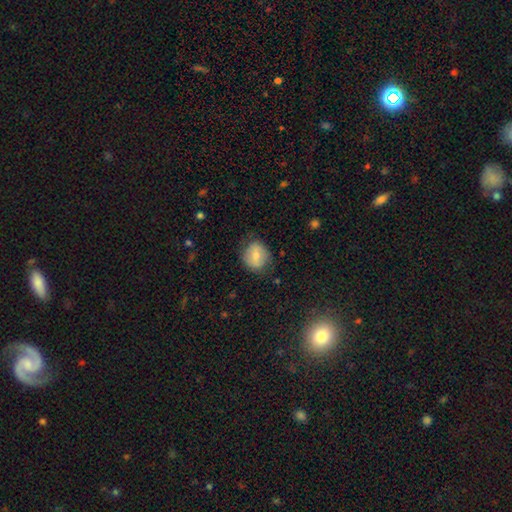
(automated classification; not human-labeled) This is likely a smooth galaxy (71%). How rounded: likely round (72%). Merging: likely none (73%).